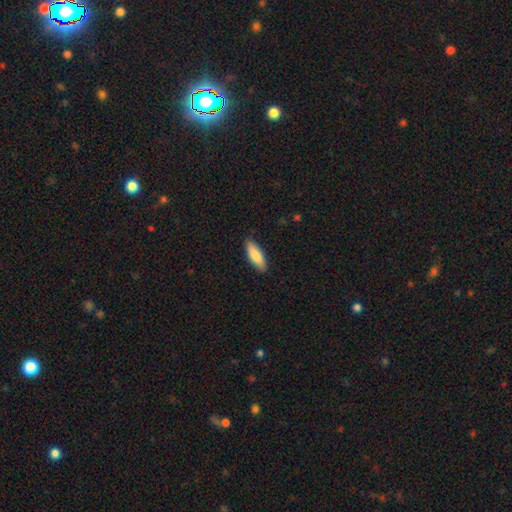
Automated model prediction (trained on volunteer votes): Smooth or featured? smooth (81%)
How rounded? in between (56%)
Merging? none (88%)